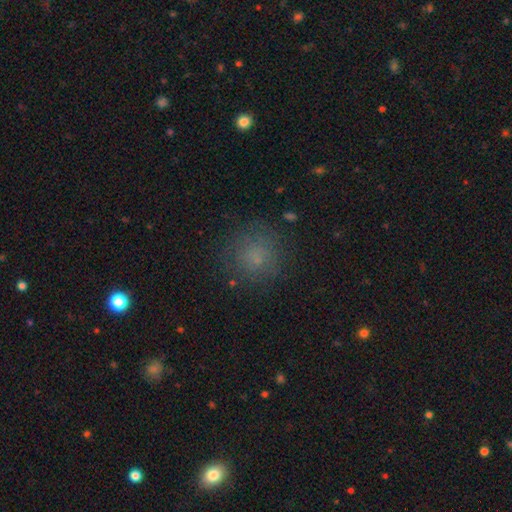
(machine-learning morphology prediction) A smooth galaxy with no disk features (73%) that is round (91%). Merging: none (81%).